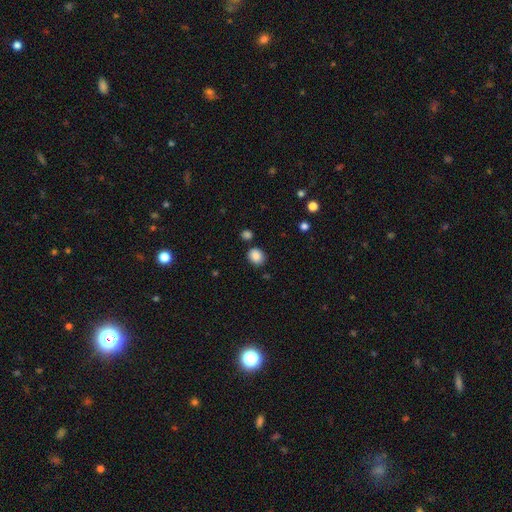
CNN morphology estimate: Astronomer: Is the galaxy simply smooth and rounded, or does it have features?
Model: smooth — 87%.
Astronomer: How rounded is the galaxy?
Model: round — 56% (runner-up: in between, 44%).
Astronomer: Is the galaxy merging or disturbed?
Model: none — 80%.